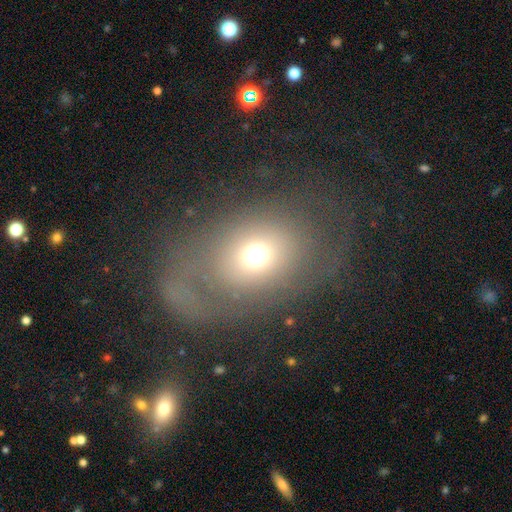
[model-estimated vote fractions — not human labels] Smooth or featured: smooth — 65% (star or artifact — 20%)
How rounded: round — 62% (in between — 36%)
Merging: none — 56% (major disturbance — 20%)